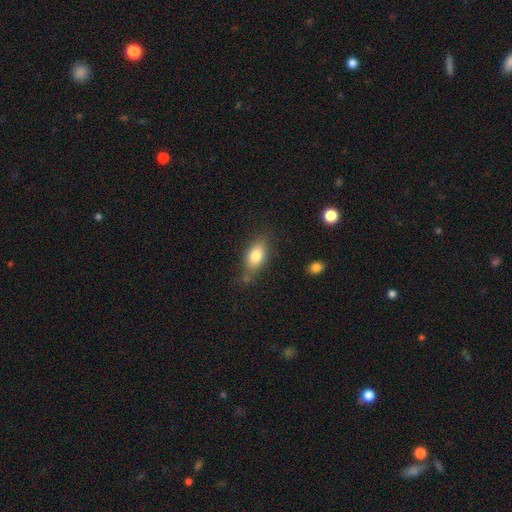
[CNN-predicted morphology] The model was most divided on "merging": none: 67%, minor disturbance: 22%, major disturbance: 6%, merger: 5%. More confident: how rounded — in between (86%); smooth or featured — smooth (79%).